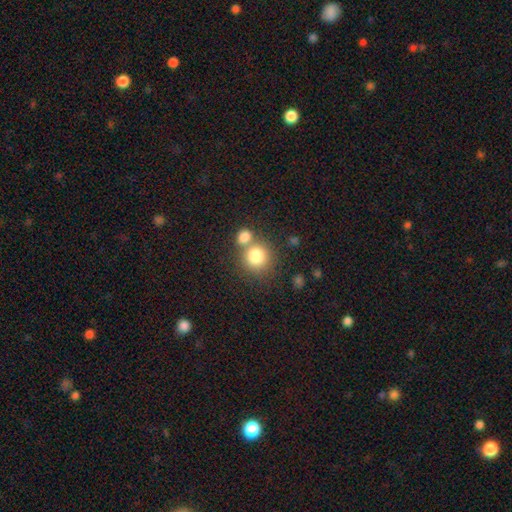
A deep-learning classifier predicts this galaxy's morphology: This appears to be a smooth galaxy with no disk features (79%) that is round (87%). Merging: none (52%).